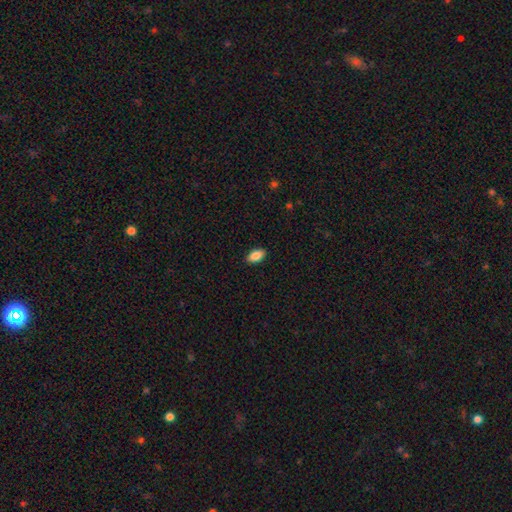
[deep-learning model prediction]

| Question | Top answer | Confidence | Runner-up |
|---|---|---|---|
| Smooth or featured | smooth | 87% | star or artifact (7%) |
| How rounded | in between | 92% | cigar-shaped (4%) |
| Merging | none | 89% | minor disturbance (8%) |